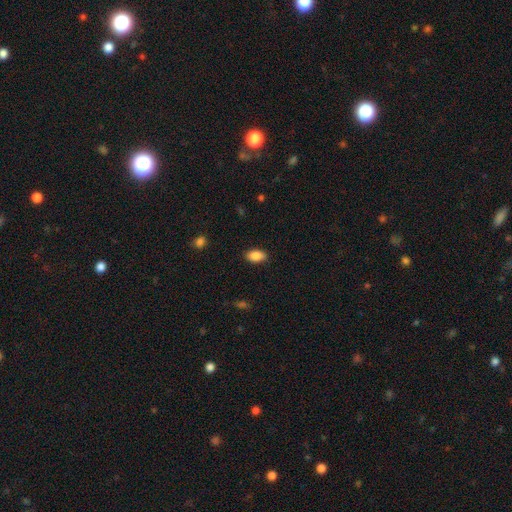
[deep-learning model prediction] Morphology: type=smooth (87%); roundness=in between (92%); merging=none (87%).